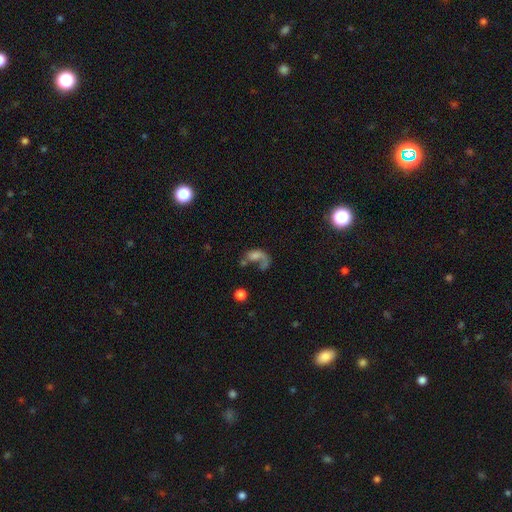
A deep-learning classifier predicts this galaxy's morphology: smooth-or-featured: smooth: 44% | featured or disk: 43% | star or artifact: 13%
  merging: major disturbance: 45% | none: 23% | merger: 20% | minor disturbance: 12%